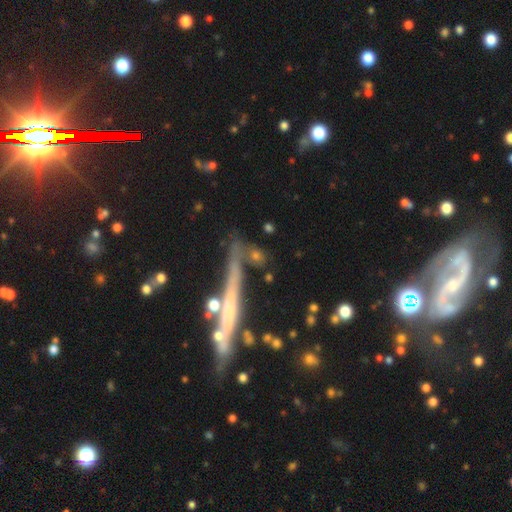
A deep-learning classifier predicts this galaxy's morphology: Smooth or featured?
  - smooth: 59% *
  - featured or disk: 28%
  - star or artifact: 13%
How rounded?
  - cigar-shaped: 51% *
  - round: 25%
  - in between: 24%
Merging?
  - none: 67% *
  - minor disturbance: 15%
  - merger: 11%
  - major disturbance: 7%